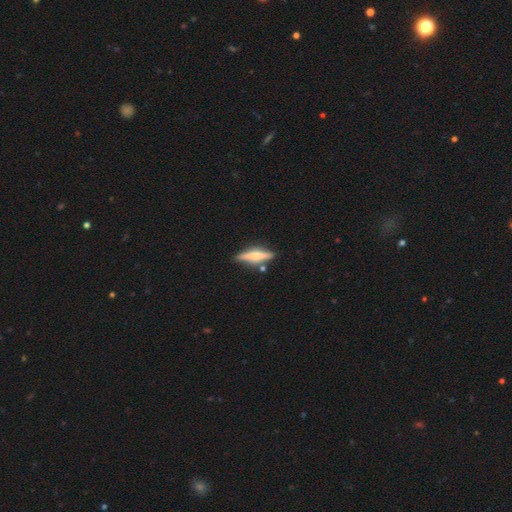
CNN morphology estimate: This appears to be a featured or disk galaxy (54%) viewed edge-on (95%) with a rounded central bulge (73%). Merging: none (79%).